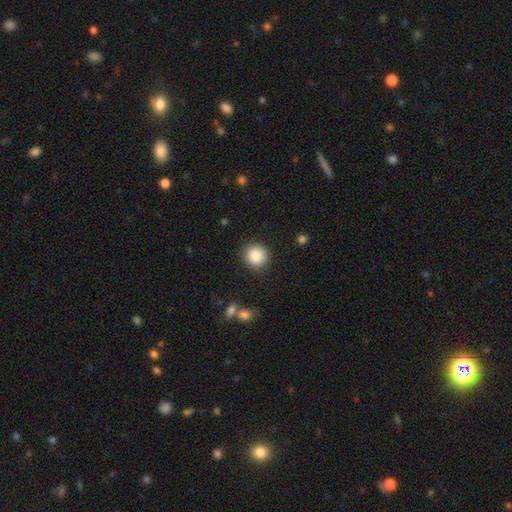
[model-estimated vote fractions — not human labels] Q: Smooth or featured?
A: smooth (86%); runner-up: star or artifact (9%)
Q: How rounded?
A: round (91%); runner-up: in between (8%)
Q: Merging?
A: none (88%); runner-up: minor disturbance (8%)